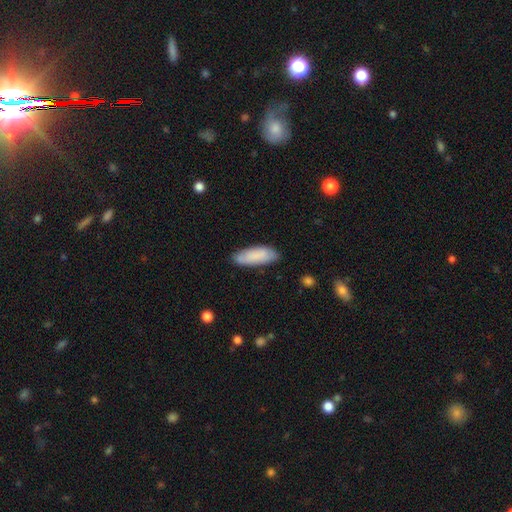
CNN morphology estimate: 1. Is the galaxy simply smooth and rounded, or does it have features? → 85% smooth, 9% featured or disk, 6% star or artifact.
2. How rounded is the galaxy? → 66% in between, 32% cigar-shaped, 1% round.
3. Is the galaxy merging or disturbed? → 80% none, 16% minor disturbance, 3% major disturbance, 2% merger.